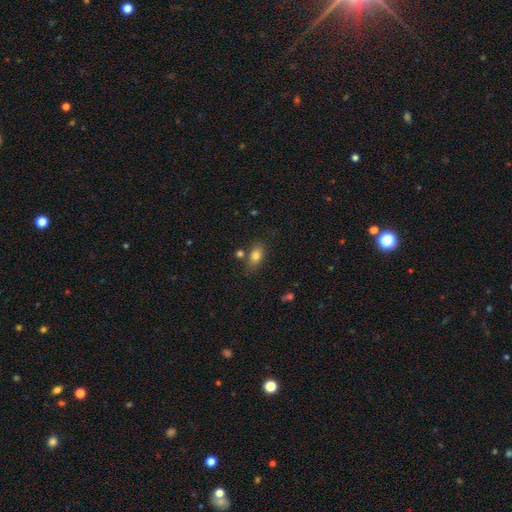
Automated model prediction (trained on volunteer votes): smooth-or-featured: smooth: 79% | featured or disk: 11% | star or artifact: 10%
  how-rounded: in between: 83% | round: 10% | cigar-shaped: 6%
  merging: none: 71% | minor disturbance: 15% | merger: 10% | major disturbance: 4%